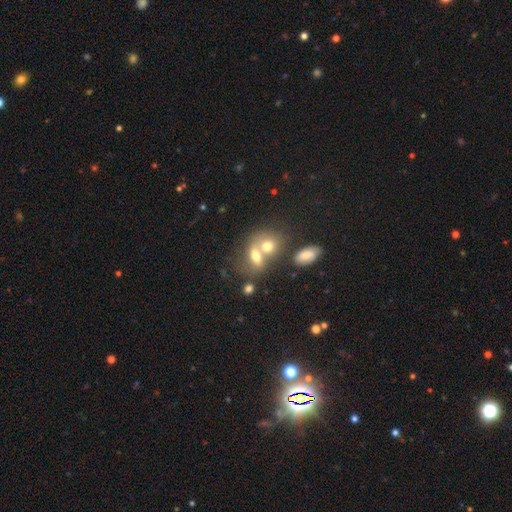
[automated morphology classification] Smooth or featured: smooth — 66% (featured or disk — 23%)
How rounded: in between — 66% (round — 31%)
Merging: merger — 63% (none — 24%)